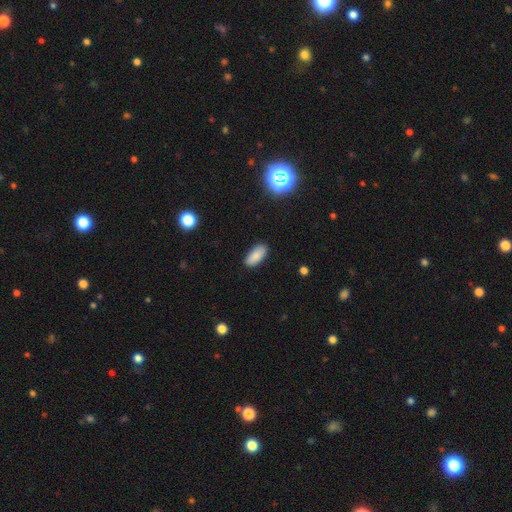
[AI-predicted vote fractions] Morphology: type=smooth (85%); roundness=in between (88%); merging=none (89%).